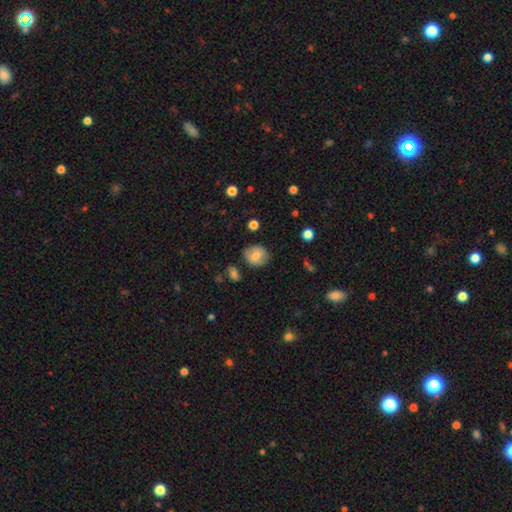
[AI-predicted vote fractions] Overall: smooth (73%). How rounded: round (71%). Merging: none (78%).